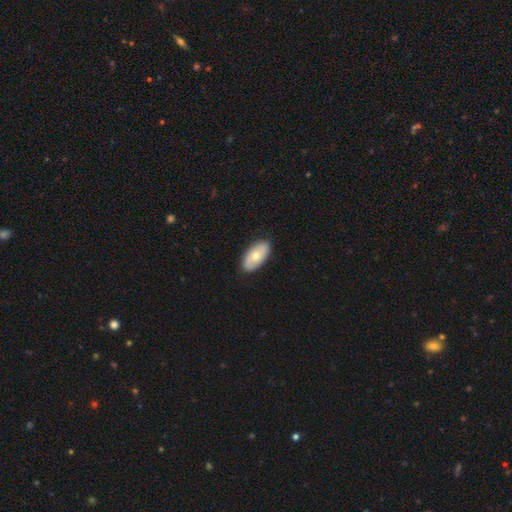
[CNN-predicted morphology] The model was most divided on "smooth or featured": smooth: 65%, featured or disk: 29%, star or artifact: 5%. More confident: how rounded — in between (94%); merging — none (88%).